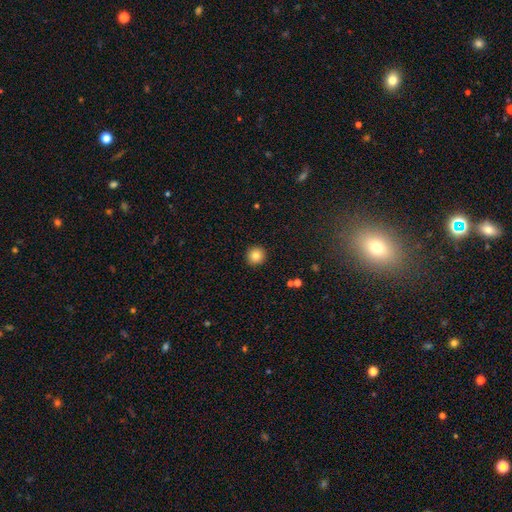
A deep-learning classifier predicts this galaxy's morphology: Smooth or featured? smooth (83%)
How rounded? round (94%)
Merging? none (93%)